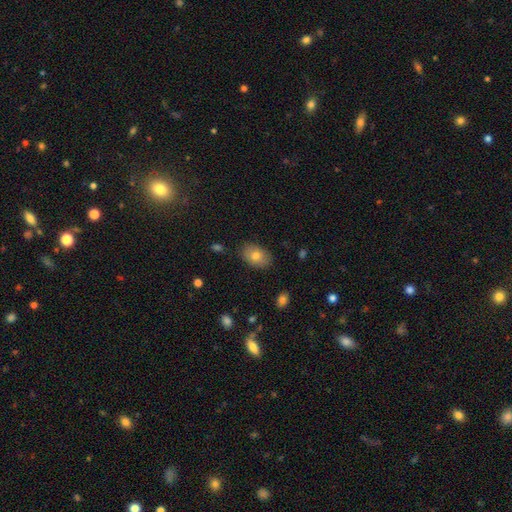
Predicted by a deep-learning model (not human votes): Smooth or featured?
  - smooth: 77% *
  - featured or disk: 15%
  - star or artifact: 8%
How rounded?
  - in between: 85% *
  - round: 13%
  - cigar-shaped: 1%
Merging?
  - none: 84% *
  - minor disturbance: 12%
  - major disturbance: 3%
  - merger: 1%